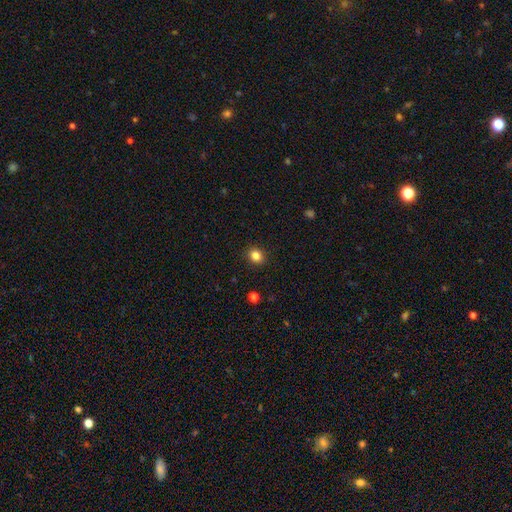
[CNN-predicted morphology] This appears to be a smooth galaxy with no disk features (84%) that is round (69%). Merging: none (91%).